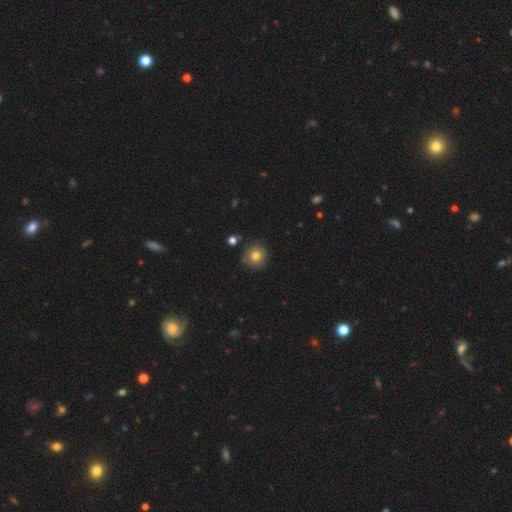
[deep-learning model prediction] Smooth or featured? Predicted: smooth (p=0.79). How rounded? Predicted: round (p=0.92). Merging? Predicted: none (p=0.80).